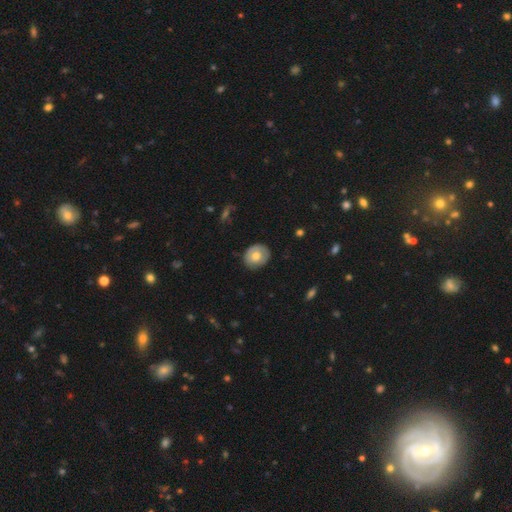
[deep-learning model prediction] smooth-or-featured: smooth: 64% | featured or disk: 29% | star or artifact: 7%
  how-rounded: round: 74% | in between: 25% | cigar-shaped: 1%
  merging: none: 79% | minor disturbance: 16% | major disturbance: 3% | merger: 1%